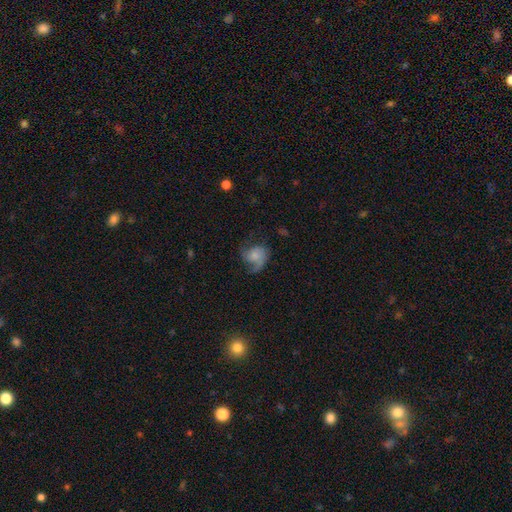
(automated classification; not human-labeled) Morphology: type=featured or disk (55%); edge-on=no (98%); bar=no (75%); spiral arms=yes (86%); bulge=none (29%); merging=none (42%).